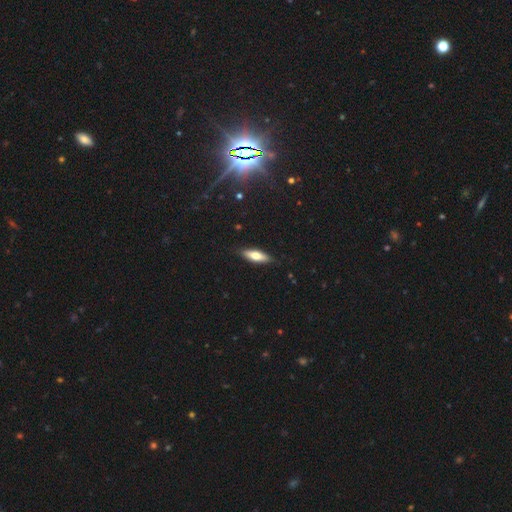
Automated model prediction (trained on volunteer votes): This is likely a smooth galaxy (66%). How rounded: possibly in between (51%). Merging: clearly none (87%).